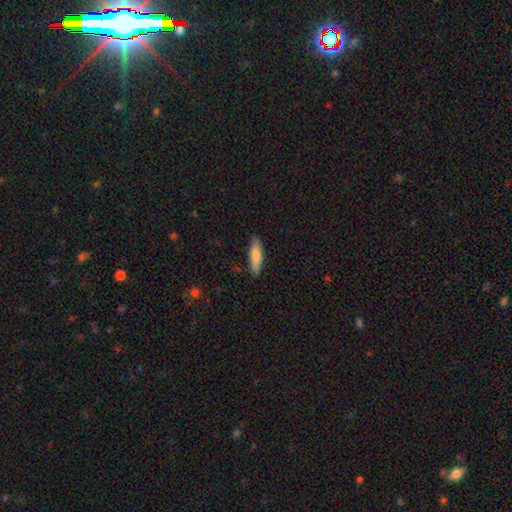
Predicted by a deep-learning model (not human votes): smooth-or-featured: smooth: 79% | featured or disk: 15% | star or artifact: 6%
  how-rounded: cigar-shaped: 65% | in between: 34% | round: 2%
  merging: none: 86% | minor disturbance: 11% | major disturbance: 2% | merger: 1%